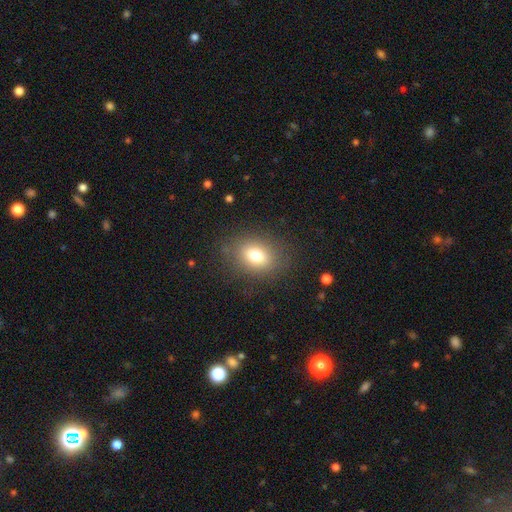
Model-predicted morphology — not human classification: Smooth or featured? Predicted: smooth (p=0.76). How rounded? Predicted: in between (p=0.62). Merging? Predicted: none (p=0.84).